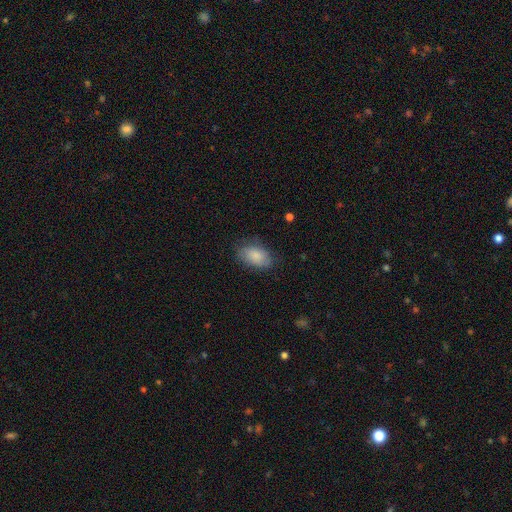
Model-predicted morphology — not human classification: type=smooth (83%); roundness=in between (91%); merging=none (73%).